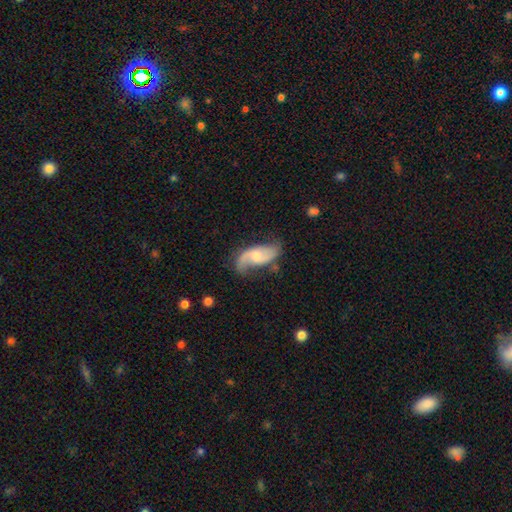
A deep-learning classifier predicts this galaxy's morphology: smooth_or_featured: featured or disk (p=0.77) [alt: smooth p=0.17]
disk_edge_on: no (p=0.95) [alt: yes p=0.05]
bar: no (p=0.57) [alt: weak p=0.35]
has_spiral_arms: yes (p=0.94) [alt: no p=0.06]
spiral_winding: loose (p=0.59) [alt: medium p=0.31]
spiral_arm_count: 2 (p=0.84) [alt: 1 p=0.09]
bulge_size: small (p=0.45) [alt: moderate p=0.42]
merging: none (p=0.61) [alt: minor disturbance p=0.24]